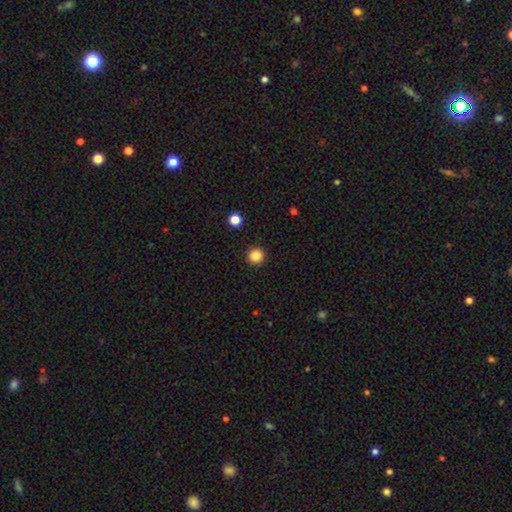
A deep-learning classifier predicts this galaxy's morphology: Smooth or featured? Predicted: smooth (p=0.86). How rounded? Predicted: round (p=0.95). Merging? Predicted: none (p=0.93).